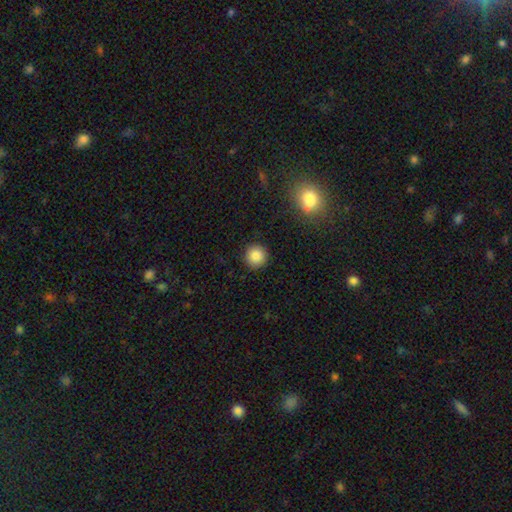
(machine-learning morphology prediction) Smooth or featured?
  - smooth: 86% *
  - star or artifact: 10%
  - featured or disk: 4%
How rounded?
  - round: 94% *
  - in between: 5%
  - cigar-shaped: 1%
Merging?
  - none: 91% *
  - minor disturbance: 5%
  - major disturbance: 2%
  - merger: 1%